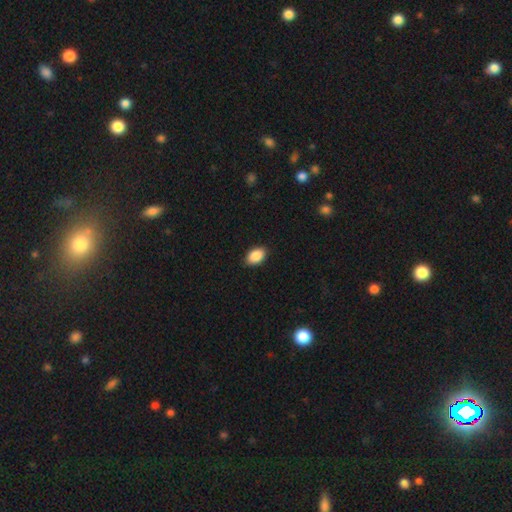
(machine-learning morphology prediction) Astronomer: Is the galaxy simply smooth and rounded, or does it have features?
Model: smooth — 89%.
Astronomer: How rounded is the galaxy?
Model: in between — 89%.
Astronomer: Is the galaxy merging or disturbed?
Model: none — 88%.